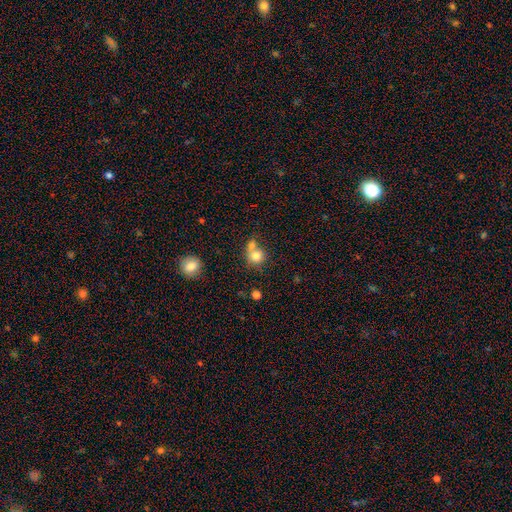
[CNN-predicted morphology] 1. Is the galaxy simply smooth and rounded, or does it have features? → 78% smooth, 11% featured or disk, 11% star or artifact.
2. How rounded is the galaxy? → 83% round, 16% in between, 1% cigar-shaped.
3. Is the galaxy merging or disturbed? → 43% merger, 42% none, 10% minor disturbance, 4% major disturbance.